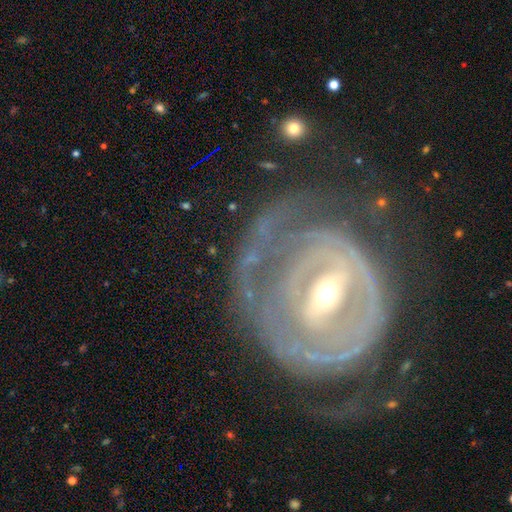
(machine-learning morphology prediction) The model was most divided on "bar": strong: 45%, weak: 37%, no: 18%. Remaining: edge-on disk — no (95%); smooth or featured — featured or disk (85%); spiral arms — yes (81%); spiral winding — tight (68%); bulge size — small (64%); merging — none (49%); spiral arm count — can't tell (41%).